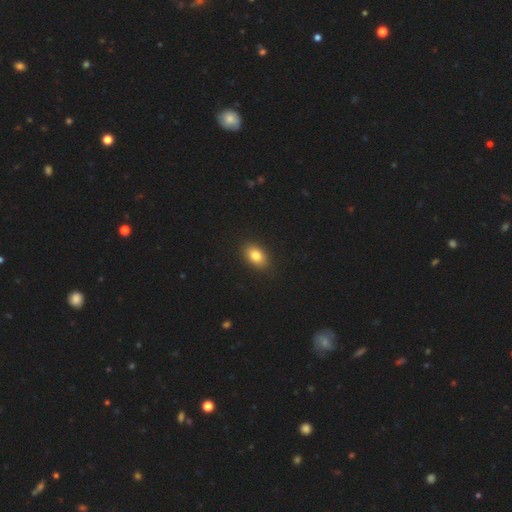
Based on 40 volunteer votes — A smooth galaxy with no disk features (80%) that is in between round and cigar-shaped (81%).

Vote fractions:
- Smooth or featured? smooth: 80% / featured or disk: 10% / star or artifact: 10%
- How rounded? in between: 81% / round: 12% / cigar-shaped: 6%
- Merging? none: 86% / minor disturbance: 8% / major disturbance: 3% / merger: 3%